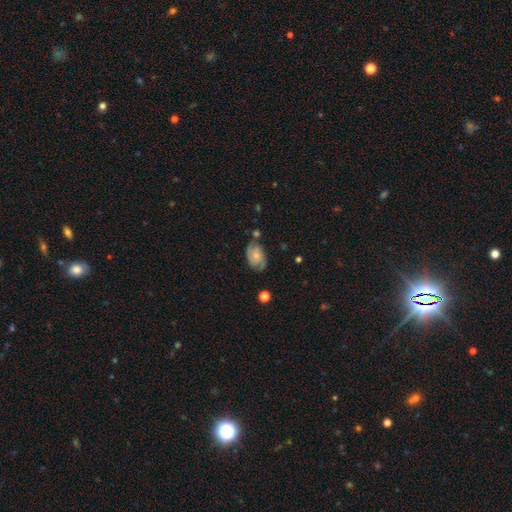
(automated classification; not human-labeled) Q: Smooth or featured?
A: featured or disk (59%); runner-up: smooth (34%)
Q: Edge-on disk?
A: no (96%); runner-up: yes (4%)
Q: Bar?
A: no (75%); runner-up: weak (22%)
Q: Spiral arms?
A: yes (88%); runner-up: no (12%)
Q: Bulge size?
A: small (56%); runner-up: moderate (35%)
Q: Merging?
A: none (65%); runner-up: minor disturbance (23%)